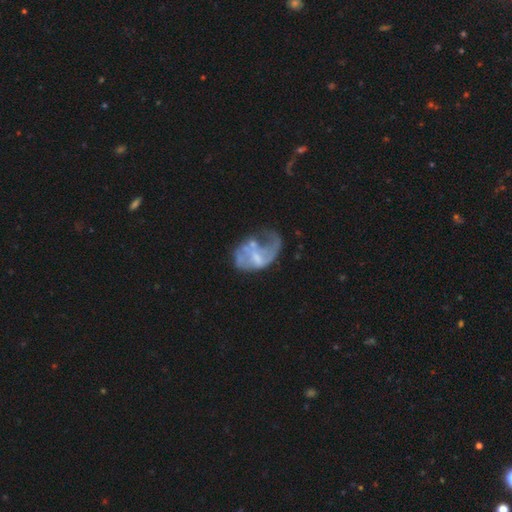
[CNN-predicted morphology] smooth_or_featured: featured or disk (p=0.69) [alt: smooth p=0.22]
disk_edge_on: no (p=0.98) [alt: yes p=0.02]
bar: no (p=0.57) [alt: weak p=0.34]
has_spiral_arms: no (p=0.51) [alt: yes p=0.49]
bulge_size: none (p=0.40) [alt: small p=0.31]
merging: major disturbance (p=0.44) [alt: none p=0.25]